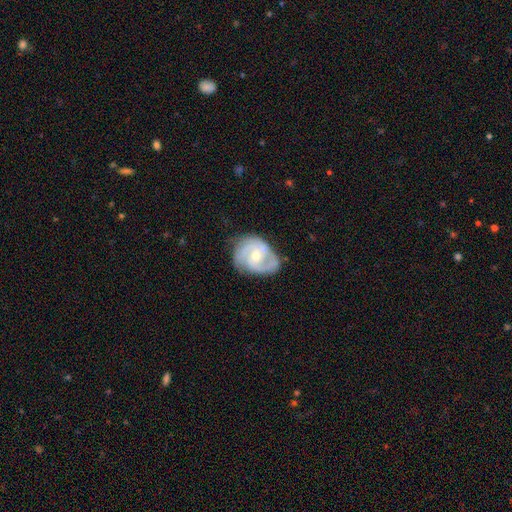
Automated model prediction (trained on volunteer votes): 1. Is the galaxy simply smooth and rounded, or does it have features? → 84% featured or disk, 12% smooth, 5% star or artifact.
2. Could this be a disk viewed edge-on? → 98% no, 2% yes.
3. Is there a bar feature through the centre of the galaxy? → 54% no, 39% weak, 8% strong.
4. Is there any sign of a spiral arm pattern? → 96% yes, 4% no.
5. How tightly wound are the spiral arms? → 46% tight, 44% medium, 10% loose.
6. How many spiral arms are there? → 45% 2, 31% 3, 13% can't tell, 4% 4, 4% 1, 3% more than 4.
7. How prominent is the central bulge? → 49% moderate, 47% small, 2% large, 1% none, 1% dominant.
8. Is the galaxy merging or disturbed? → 67% none, 23% minor disturbance, 8% major disturbance, 2% merger.